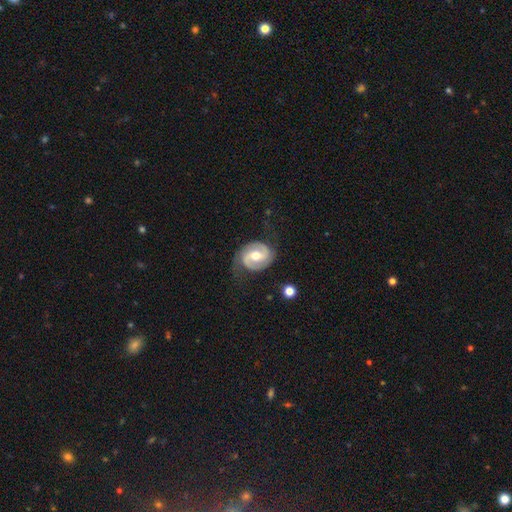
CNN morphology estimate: Smooth or featured: featured or disk — 86% (smooth — 10%)
Edge-on disk: no — 98% (yes — 2%)
Bar: weak — 44% (no — 34%)
Spiral arms: yes — 96% (no — 4%)
Spiral winding: medium — 48% (tight — 37%)
Spiral arm count: 2 — 91% (can't tell — 4%)
Bulge size: moderate — 75% (small — 16%)
Merging: none — 71% (minor disturbance — 19%)